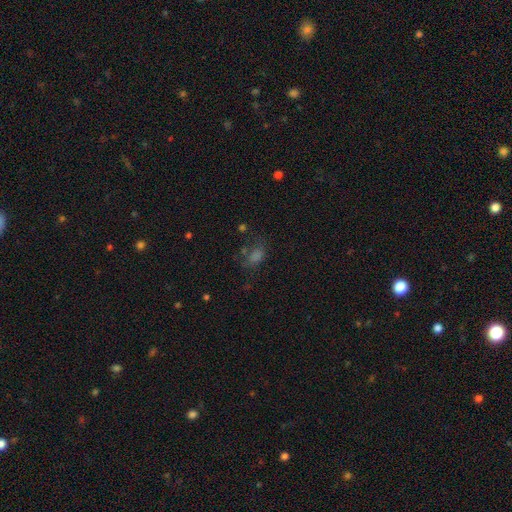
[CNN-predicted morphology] smooth-or-featured: smooth: 56% | star or artifact: 28% | featured or disk: 16%
  how-rounded: in between: 76% | round: 21% | cigar-shaped: 3%
  merging: none: 51% | major disturbance: 22% | minor disturbance: 21% | merger: 7%